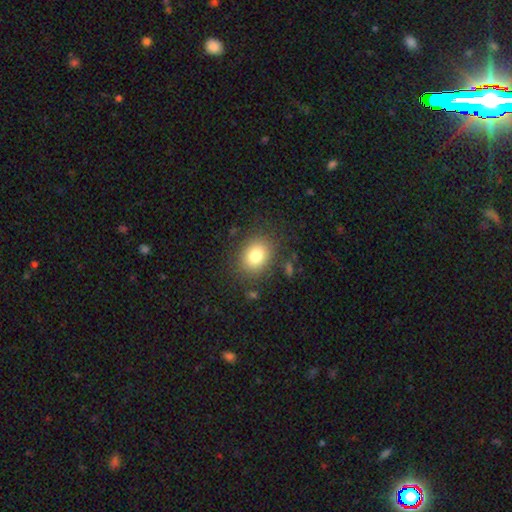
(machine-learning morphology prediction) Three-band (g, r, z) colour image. It shows a smooth galaxy with no disk features (81%) that is round (52%). Merging: none (83%).